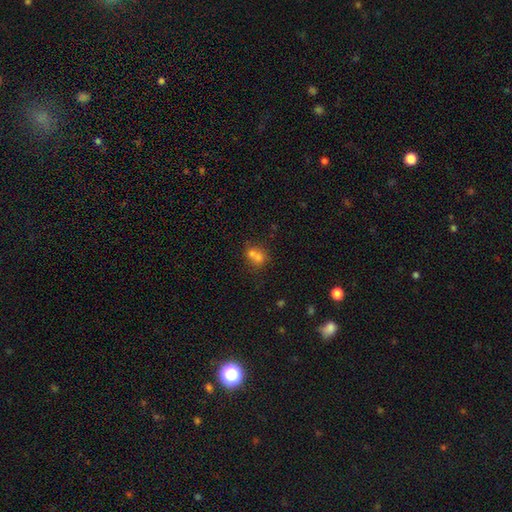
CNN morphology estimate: Smooth or featured?
  - smooth: 67% *
  - featured or disk: 18%
  - star or artifact: 15%
How rounded?
  - round: 67% *
  - in between: 32%
  - cigar-shaped: 1%
Merging?
  - merger: 63% *
  - none: 28%
  - minor disturbance: 6%
  - major disturbance: 3%